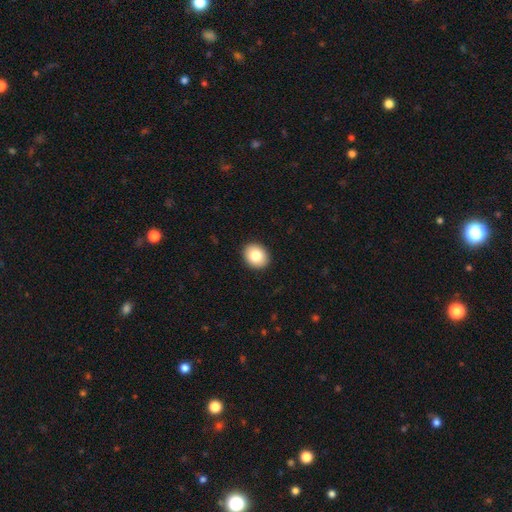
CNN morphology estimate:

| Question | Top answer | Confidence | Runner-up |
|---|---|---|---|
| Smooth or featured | smooth | 82% | featured or disk (10%) |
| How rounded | round | 60% | in between (39%) |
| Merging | none | 92% | minor disturbance (6%) |